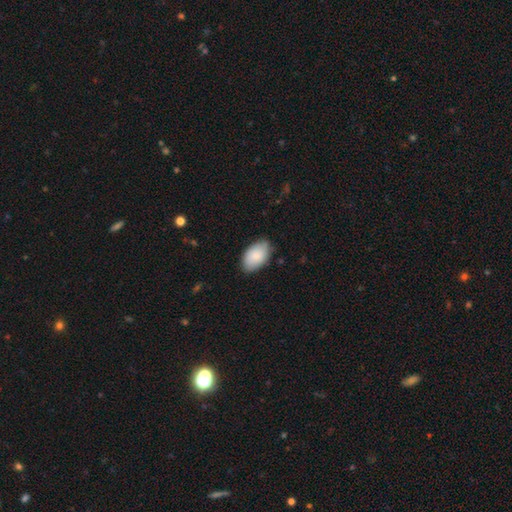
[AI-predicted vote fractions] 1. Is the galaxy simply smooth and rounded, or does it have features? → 86% smooth, 8% featured or disk, 6% star or artifact.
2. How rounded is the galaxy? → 94% in between, 5% round, 1% cigar-shaped.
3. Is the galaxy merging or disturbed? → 81% none, 15% minor disturbance, 3% major disturbance, 1% merger.